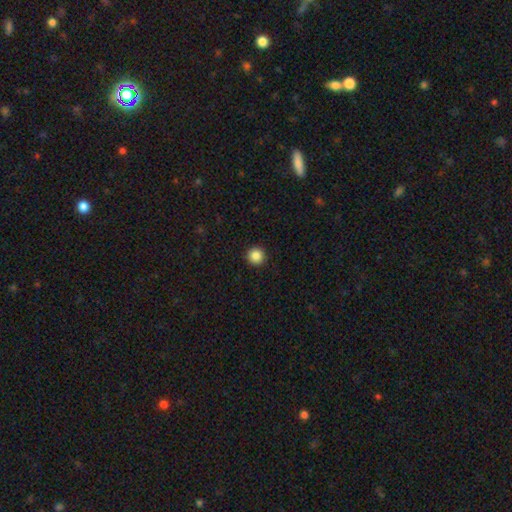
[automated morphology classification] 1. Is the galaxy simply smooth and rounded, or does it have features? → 87% smooth, 10% star or artifact, 3% featured or disk.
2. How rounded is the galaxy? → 96% round, 3% in between, 1% cigar-shaped.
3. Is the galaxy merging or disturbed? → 93% none, 4% minor disturbance, 2% major disturbance, 1% merger.